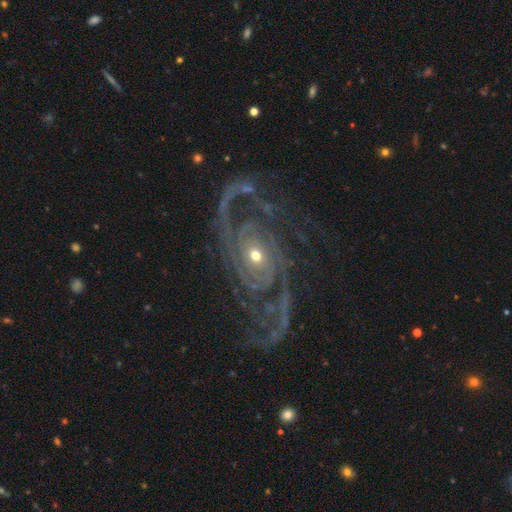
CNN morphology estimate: This is clearly a featured or disk galaxy (89%). It is clearly not viewed edge-on (97%). Bar: likely no (75%). Spiral arm pattern: clearly yes (97%). Spiral arm count: marginally 2 (37%). Spiral winding: possibly tight (51%). Central bulge: possibly small (52%). Merging: likely none (61%).